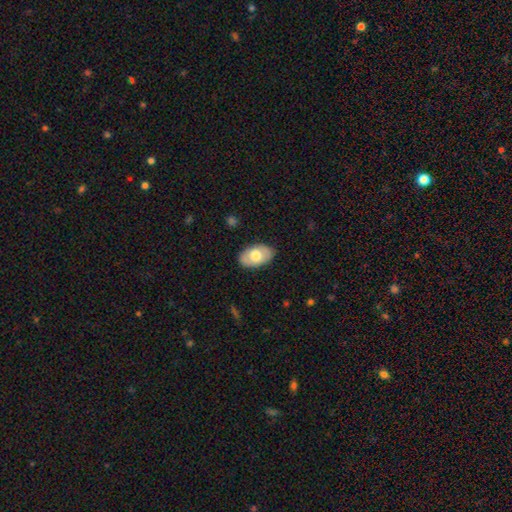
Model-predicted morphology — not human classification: Smooth or featured: smooth — 64% (featured or disk — 30%)
How rounded: in between — 92% (round — 7%)
Merging: none — 84% (minor disturbance — 12%)